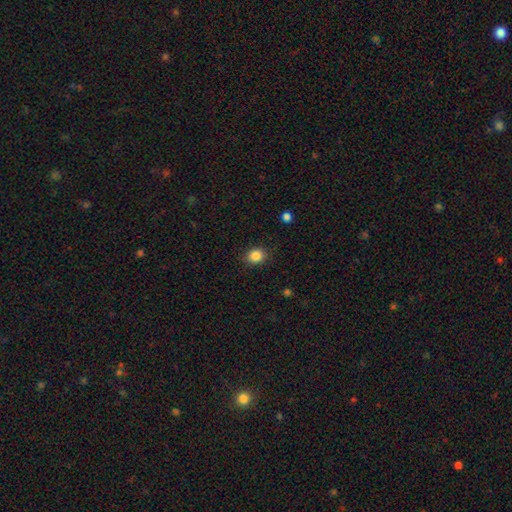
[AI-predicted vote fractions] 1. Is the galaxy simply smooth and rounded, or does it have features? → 86% smooth, 10% star or artifact, 4% featured or disk.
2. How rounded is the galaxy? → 66% round, 34% in between, 1% cigar-shaped.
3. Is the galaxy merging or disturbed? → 87% none, 9% minor disturbance, 3% major disturbance, 1% merger.